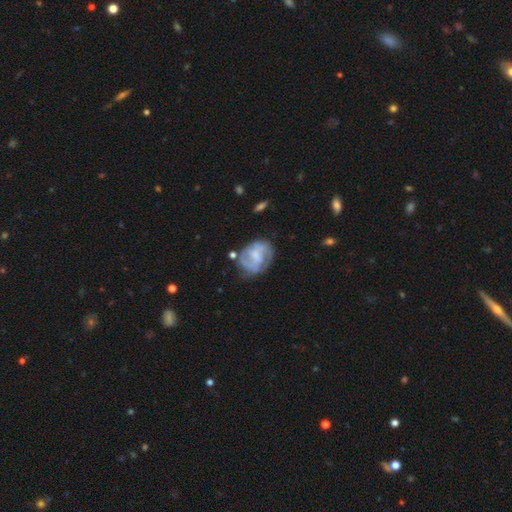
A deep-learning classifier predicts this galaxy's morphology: Smooth or featured? Predicted: featured or disk (p=0.71). Edge-on disk? Predicted: no (p=0.97). Bar? Predicted: weak (p=0.48). Spiral arms? Predicted: yes (p=0.81). Spiral winding? Predicted: medium (p=0.45). Spiral arm count? Predicted: 2 (p=0.60). Bulge size? Predicted: small (p=0.38). Merging? Predicted: none (p=0.61).